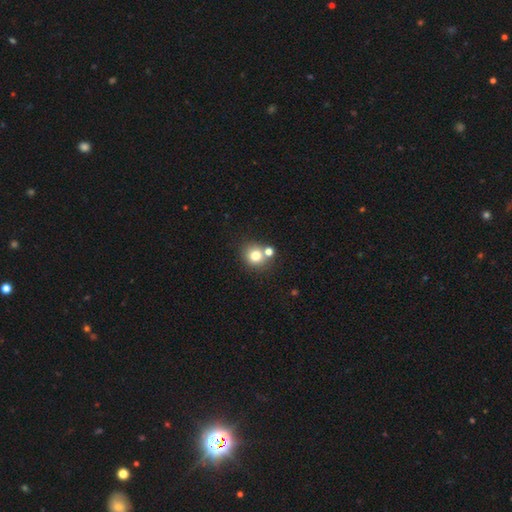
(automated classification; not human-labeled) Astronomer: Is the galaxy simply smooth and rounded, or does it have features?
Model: smooth — 76%.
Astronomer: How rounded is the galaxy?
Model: round — 85%.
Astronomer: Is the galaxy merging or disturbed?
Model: none — 64%.